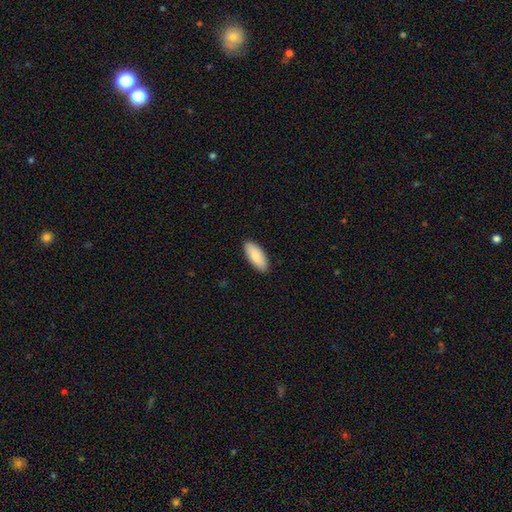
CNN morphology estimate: Smooth or featured?
  - smooth: 87% *
  - featured or disk: 8%
  - star or artifact: 5%
How rounded?
  - in between: 85% *
  - cigar-shaped: 14%
  - round: 2%
Merging?
  - none: 90% *
  - minor disturbance: 8%
  - major disturbance: 2%
  - merger: 1%